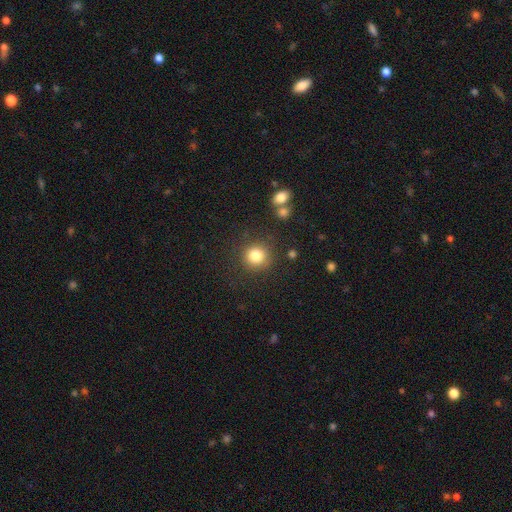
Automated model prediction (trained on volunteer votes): Smooth or featured: smooth — 82% (star or artifact — 11%)
How rounded: round — 91% (in between — 8%)
Merging: none — 84% (minor disturbance — 9%)